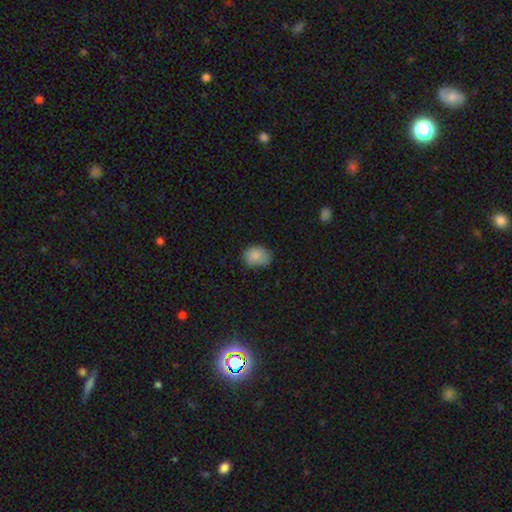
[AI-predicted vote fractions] A smooth galaxy with no disk features (84%) that is in between round and cigar-shaped (62%).

Vote fractions:
- Smooth or featured? smooth: 84% / featured or disk: 8% / star or artifact: 8%
- How rounded? in between: 62% / round: 37% / cigar-shaped: 1%
- Merging? none: 67% / minor disturbance: 27% / major disturbance: 5% / merger: 1%